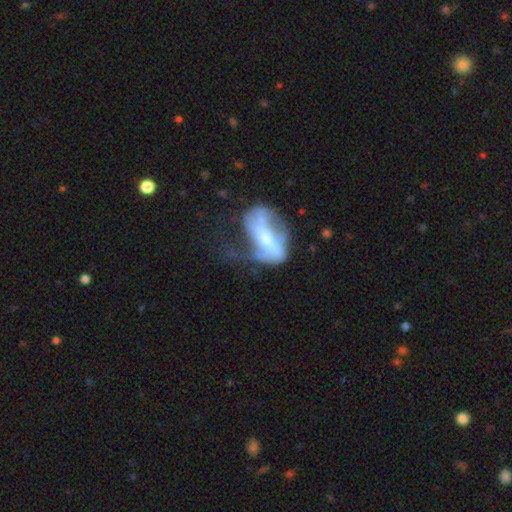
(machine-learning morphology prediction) A featured or disk galaxy (70%) with a strong bar (43%), spiral arms (71%) and a small central bulge (44%). Merging: none (36%).